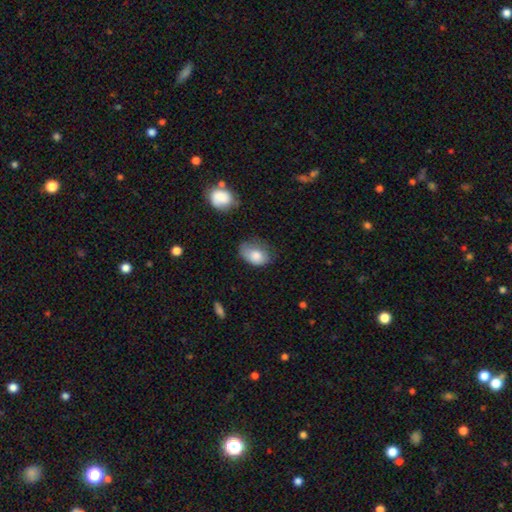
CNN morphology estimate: The model was most divided on "merging": none: 40%, minor disturbance: 38%, major disturbance: 19%, merger: 2%. More confident: how rounded — in between (80%); smooth or featured — smooth (77%).